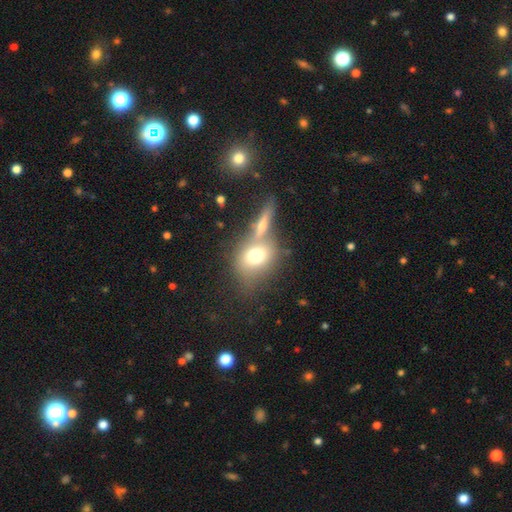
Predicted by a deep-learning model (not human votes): Smooth or featured? Predicted: smooth (p=0.69). How rounded? Predicted: round (p=0.54). Merging? Predicted: none (p=0.45).